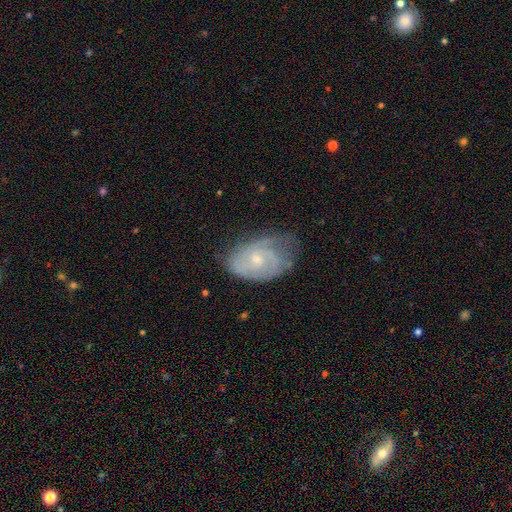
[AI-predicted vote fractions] Smooth or featured? Predicted: featured or disk (p=0.64). Edge-on disk? Predicted: no (p=0.95). Bar? Predicted: no (p=0.72). Spiral arms? Predicted: yes (p=0.86). Spiral winding? Predicted: tight (p=0.59). Spiral arm count? Predicted: can't tell (p=0.40). Bulge size? Predicted: small (p=0.56). Merging? Predicted: none (p=0.66).